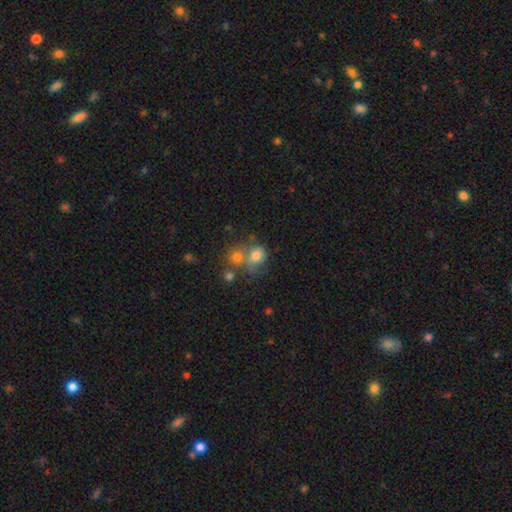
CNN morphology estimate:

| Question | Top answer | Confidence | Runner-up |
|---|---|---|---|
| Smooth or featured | smooth | 73% | featured or disk (14%) |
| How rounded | round | 67% | in between (32%) |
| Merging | merger | 46% | none (35%) |